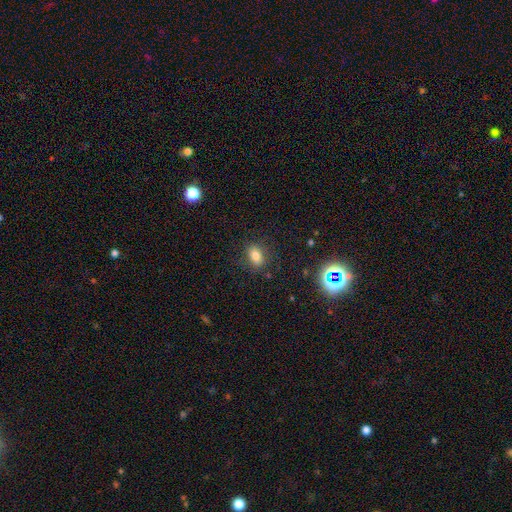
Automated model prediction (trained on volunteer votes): This is likely a smooth galaxy (78%). How rounded: likely in between (73%). Merging: clearly none (82%).